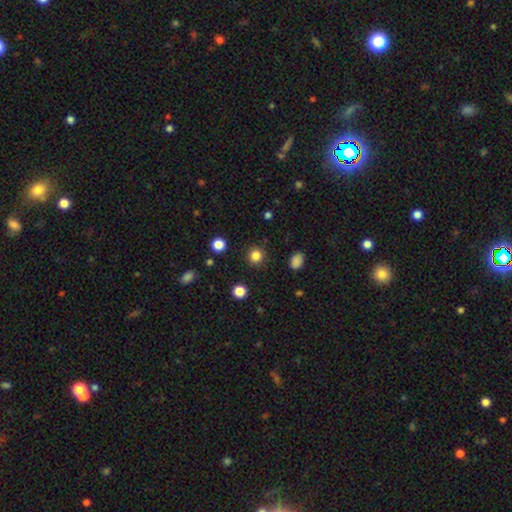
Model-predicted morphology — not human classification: This appears to be a smooth galaxy with no disk features (84%) that is round (92%). Merging: none (91%).